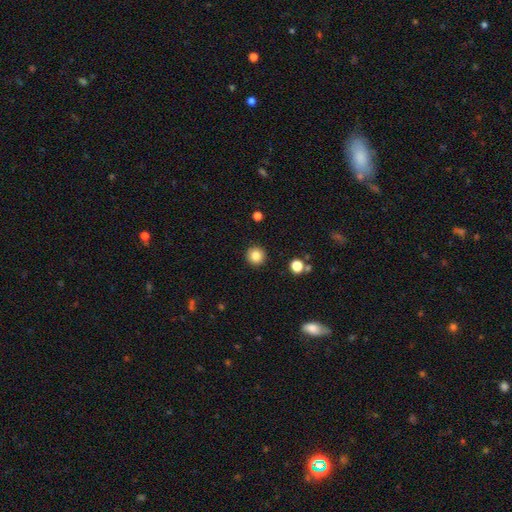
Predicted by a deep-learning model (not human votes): Smooth or featured? Predicted: smooth (p=0.84). How rounded? Predicted: round (p=0.95). Merging? Predicted: none (p=0.92).